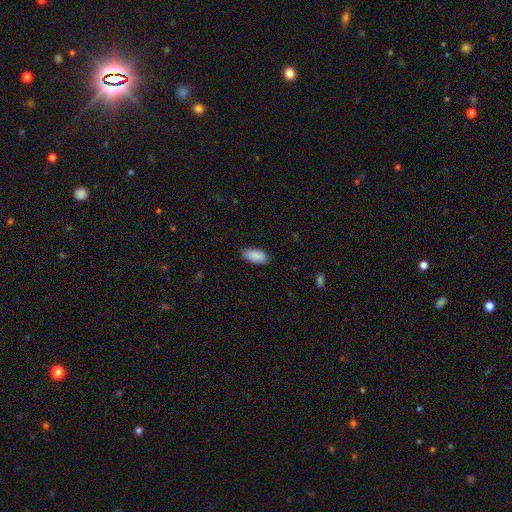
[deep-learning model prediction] A smooth galaxy with no disk features (90%) that is in between round and cigar-shaped (92%). Merging: none (85%).